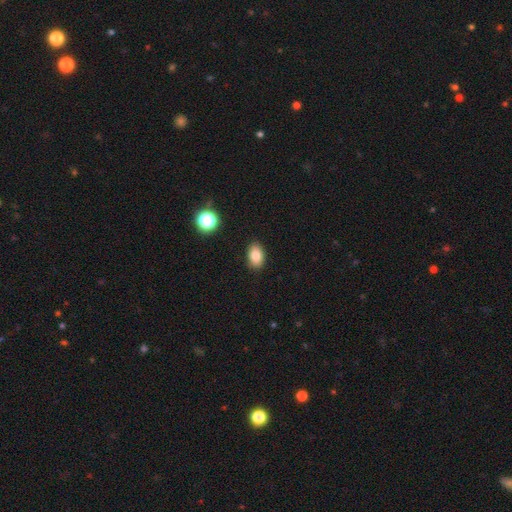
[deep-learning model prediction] A smooth galaxy with no disk features (83%) that is in between round and cigar-shaped (88%). Merging: none (89%).